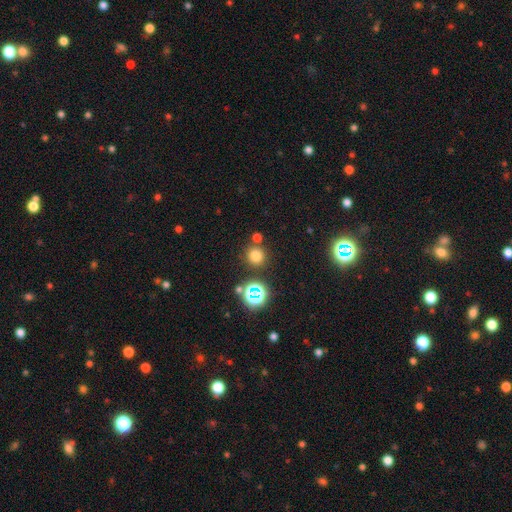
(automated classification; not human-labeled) Smooth or featured? Predicted: smooth (p=0.71). How rounded? Predicted: round (p=0.93). Merging? Predicted: none (p=0.80).